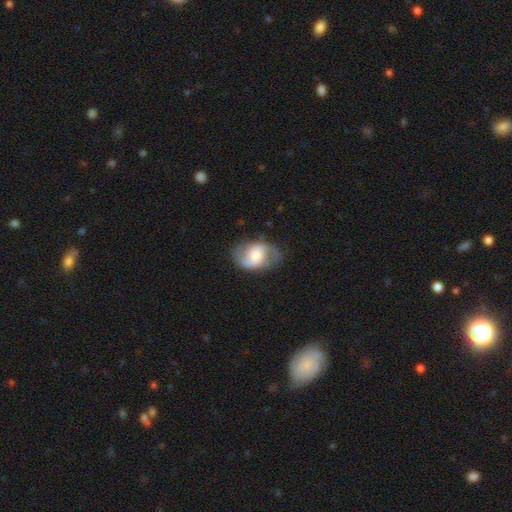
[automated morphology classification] This appears to be a featured or disk galaxy (72%) with no bar (51%), 2 (88%) medium (46%) spiral arms (90%) and a moderate central bulge (56%). Merging: none (73%).